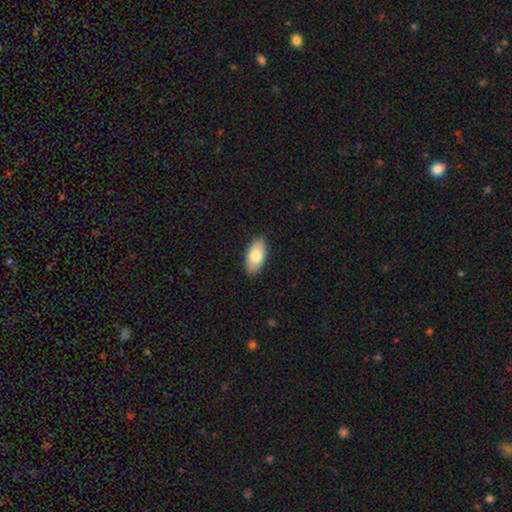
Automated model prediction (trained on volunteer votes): A smooth galaxy with no disk features (80%) that is in between round and cigar-shaped (93%). Merging: none (88%).